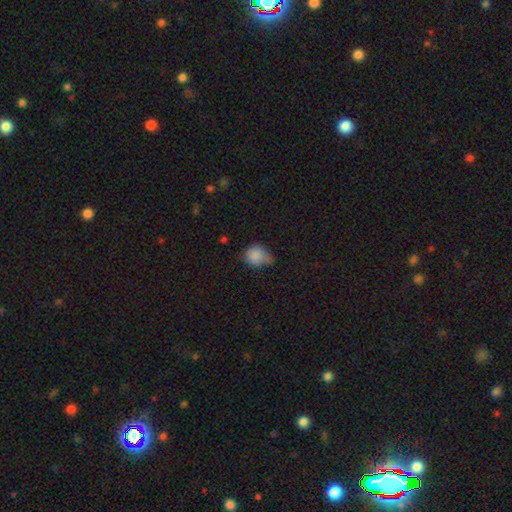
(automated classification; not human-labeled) Smooth or featured?
  - smooth: 84% *
  - star or artifact: 9%
  - featured or disk: 7%
How rounded?
  - round: 68% *
  - in between: 31%
  - cigar-shaped: 1%
Merging?
  - minor disturbance: 47% *
  - none: 39%
  - major disturbance: 11%
  - merger: 4%